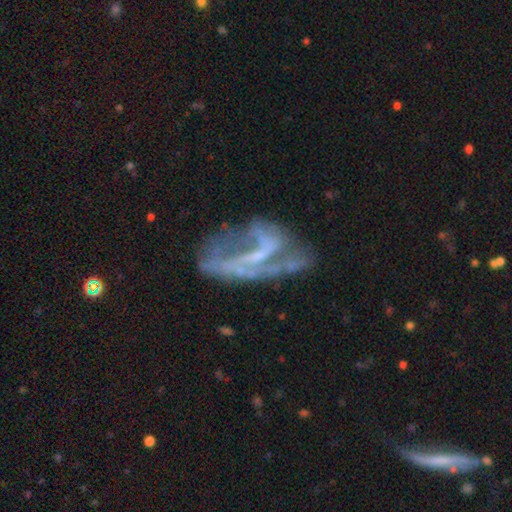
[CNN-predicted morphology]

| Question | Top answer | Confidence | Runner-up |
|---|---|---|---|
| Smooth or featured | featured or disk | 77% | smooth (13%) |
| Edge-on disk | no | 93% | yes (7%) |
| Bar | weak | 36% | strong (34%) |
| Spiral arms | yes | 71% | no (29%) |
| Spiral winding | loose | 45% | medium (36%) |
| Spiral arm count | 2 | 54% | can't tell (22%) |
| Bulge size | none | 44% | small (43%) |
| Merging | none | 40% | major disturbance (32%) |